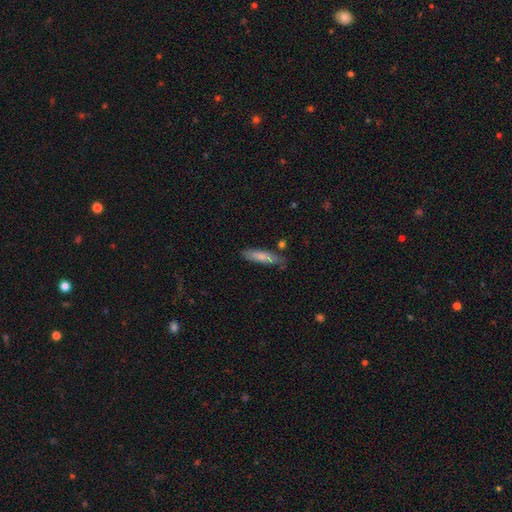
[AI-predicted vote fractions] A smooth galaxy with no disk features (64%) that is cigar-shaped (83%). Merging: none (75%).